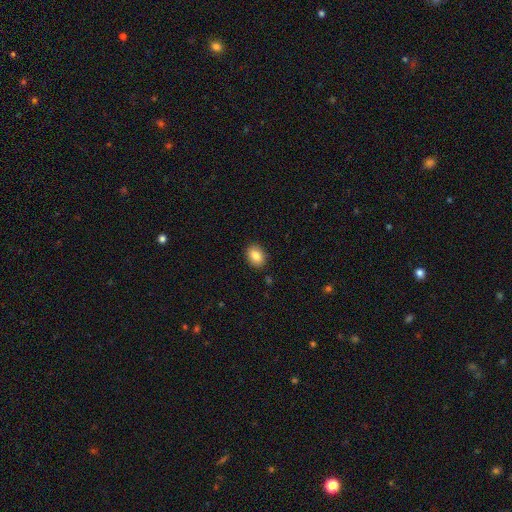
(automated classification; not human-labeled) smooth_or_featured: smooth (p=0.84) [alt: star or artifact p=0.08]
how_rounded: in between (p=0.67) [alt: round p=0.32]
merging: none (p=0.89) [alt: minor disturbance p=0.08]